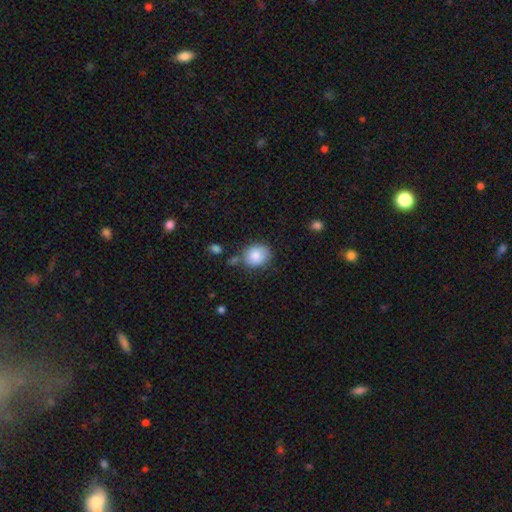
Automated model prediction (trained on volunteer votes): A smooth galaxy with no disk features (85%) that is round (70%). Merging: none (68%).